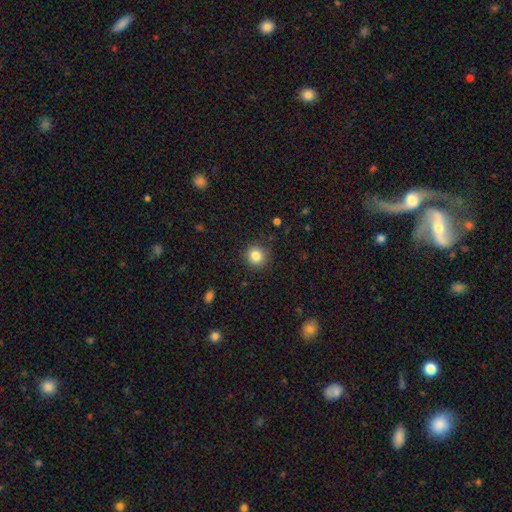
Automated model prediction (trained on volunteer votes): Q: Smooth or featured?
A: smooth (84%); runner-up: star or artifact (11%)
Q: How rounded?
A: round (92%); runner-up: in between (7%)
Q: Merging?
A: none (88%); runner-up: minor disturbance (8%)